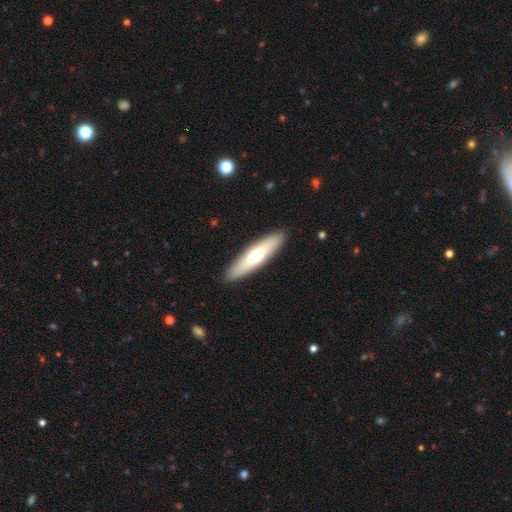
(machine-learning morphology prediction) The model was most divided on "smooth or featured": smooth: 56%, featured or disk: 39%, star or artifact: 5%. More confident: merging — none (91%); how rounded — cigar-shaped (72%).